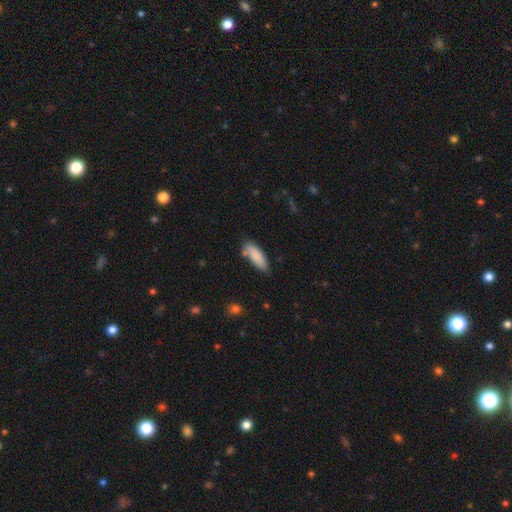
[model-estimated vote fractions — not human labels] Smooth or featured? smooth (87%)
How rounded? in between (65%)
Merging? none (70%)